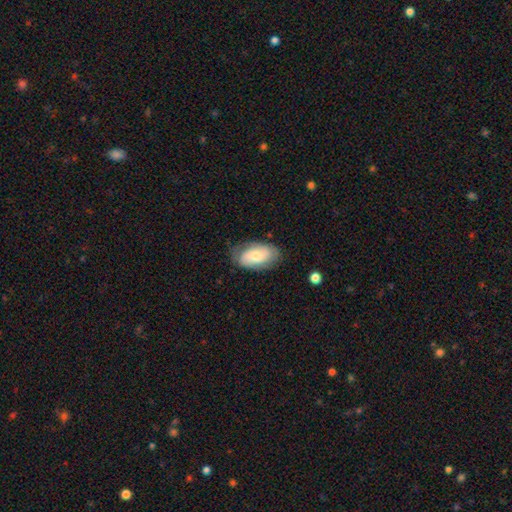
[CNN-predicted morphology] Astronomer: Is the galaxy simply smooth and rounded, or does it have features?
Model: featured or disk — 47% (runner-up: smooth, 46%).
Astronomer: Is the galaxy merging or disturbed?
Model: none — 72%.